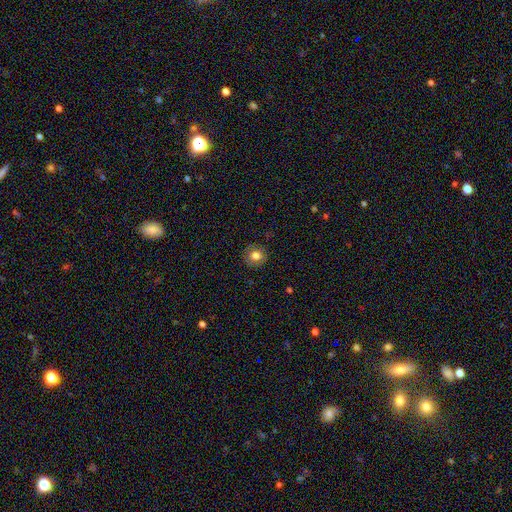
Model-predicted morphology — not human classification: Smooth or featured? Predicted: smooth (p=0.78). How rounded? Predicted: round (p=0.89). Merging? Predicted: none (p=0.88).